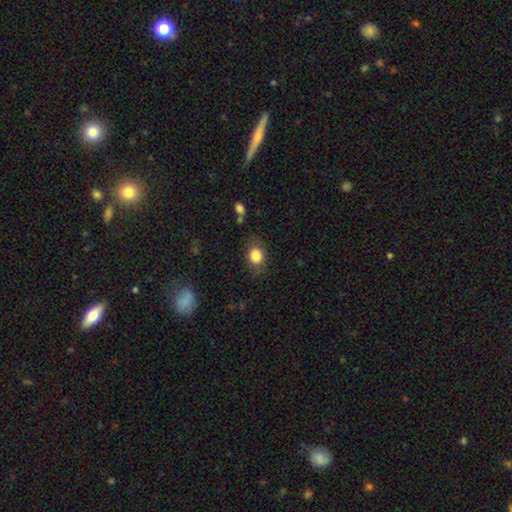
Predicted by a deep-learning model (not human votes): Morphology: type=smooth (83%); roundness=round (55%); merging=none (73%).